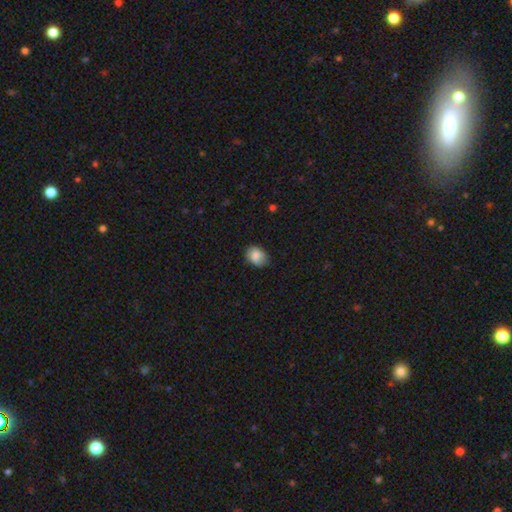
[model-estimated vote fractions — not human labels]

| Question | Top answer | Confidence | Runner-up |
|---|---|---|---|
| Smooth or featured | smooth | 83% | featured or disk (9%) |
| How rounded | in between | 61% | round (38%) |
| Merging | none | 70% | minor disturbance (24%) |